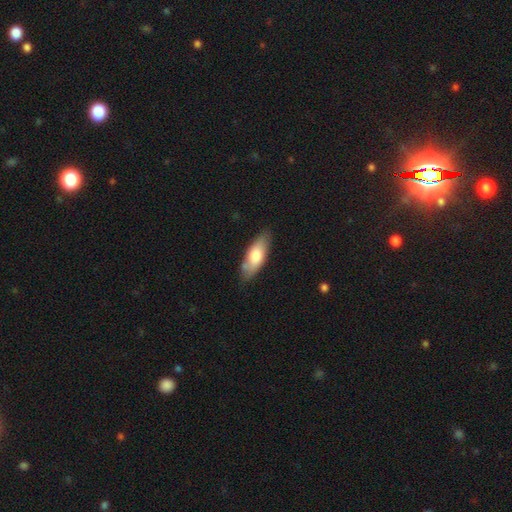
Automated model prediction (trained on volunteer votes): smooth 72%, featured or disk 22%, star or artifact 5%. Down the decision tree: how rounded — in between (74%); merging — none (76%).